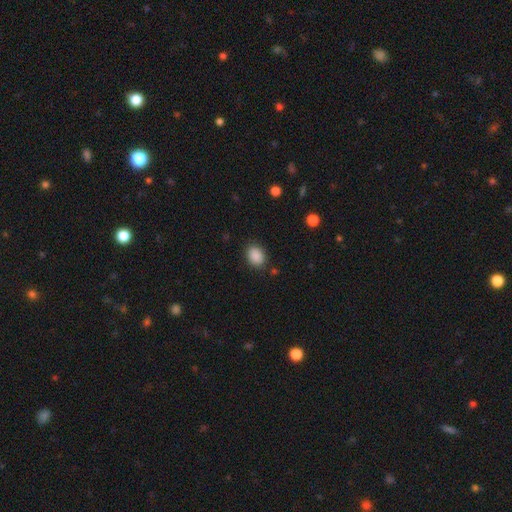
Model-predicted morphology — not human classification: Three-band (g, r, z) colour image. It shows a smooth galaxy with no disk features (89%) that is in between round and cigar-shaped (66%). Merging: none (86%).